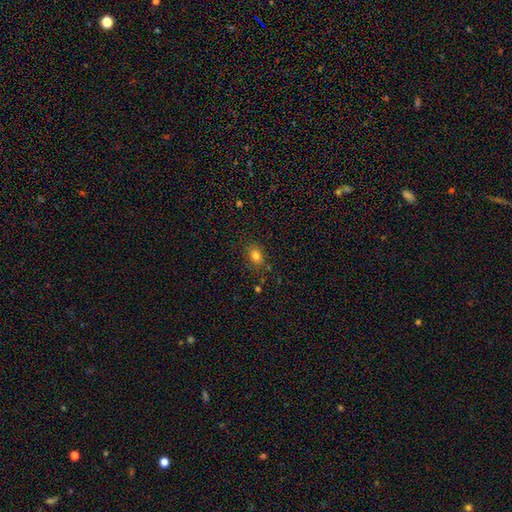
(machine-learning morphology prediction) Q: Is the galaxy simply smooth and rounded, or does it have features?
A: smooth — 81%.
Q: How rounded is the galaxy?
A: in between — 67%.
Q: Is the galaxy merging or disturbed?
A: none — 81%.